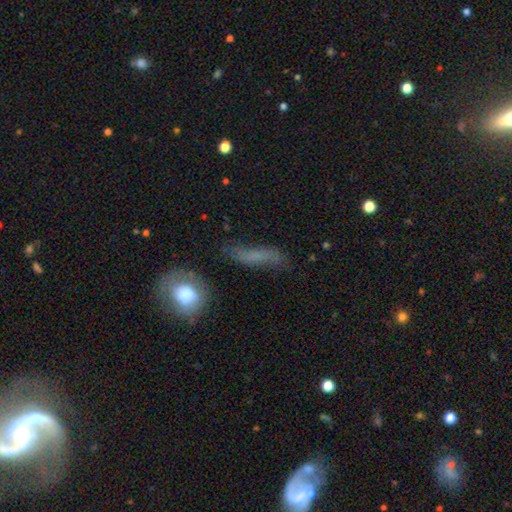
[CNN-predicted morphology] This appears to be a smooth galaxy with no disk features (56%) that is cigar-shaped (65%). Merging: none (67%).